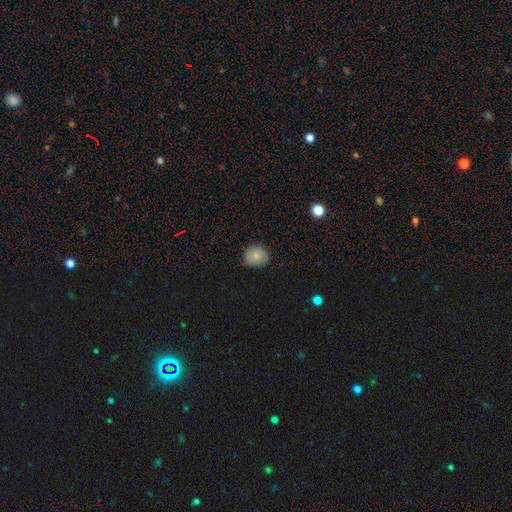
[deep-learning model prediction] Q: Smooth or featured?
A: smooth (74%); runner-up: featured or disk (17%)
Q: How rounded?
A: round (81%); runner-up: in between (18%)
Q: Merging?
A: none (73%); runner-up: minor disturbance (23%)